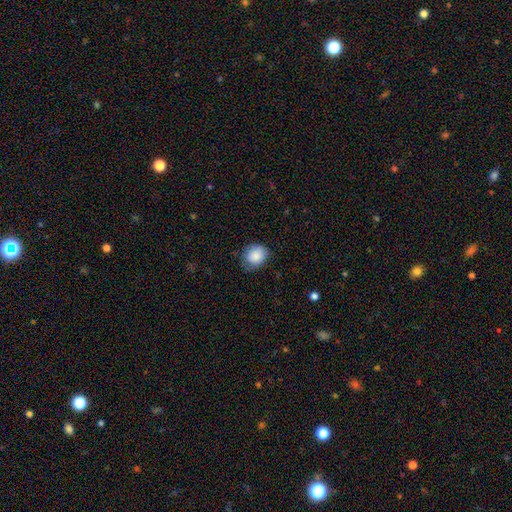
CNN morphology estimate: A smooth galaxy with no disk features (87%) that is round (68%). Merging: none (68%).